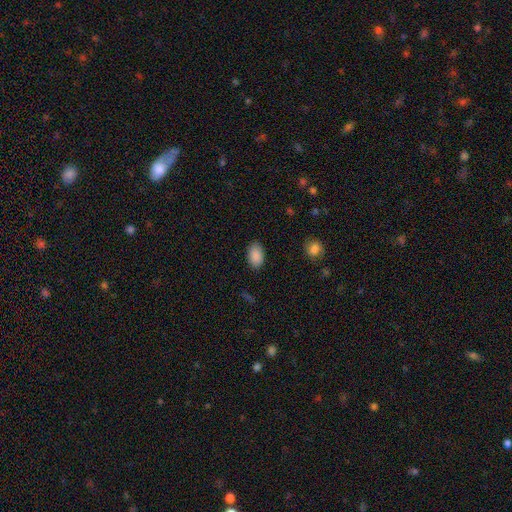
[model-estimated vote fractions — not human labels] This appears to be a smooth galaxy with no disk features (89%) that is in between round and cigar-shaped (92%). Merging: none (87%).